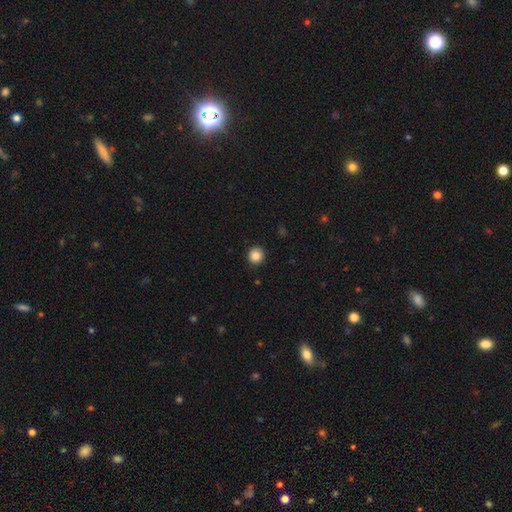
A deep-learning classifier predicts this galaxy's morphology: type=smooth (85%); roundness=round (93%); merging=none (92%).